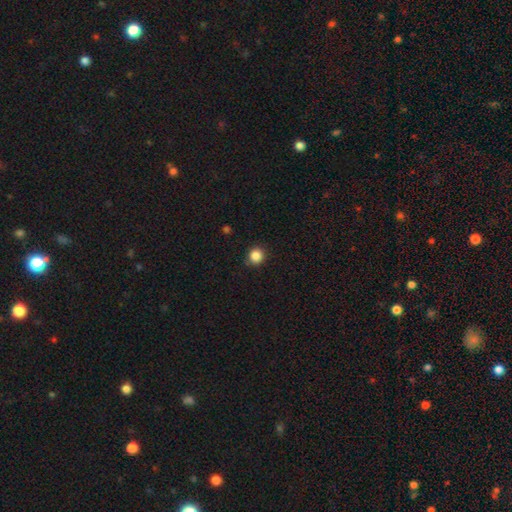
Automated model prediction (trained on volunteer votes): Smooth or featured?
  - smooth: 86% *
  - star or artifact: 11%
  - featured or disk: 3%
How rounded?
  - round: 90% *
  - in between: 9%
  - cigar-shaped: 1%
Merging?
  - none: 90% *
  - minor disturbance: 7%
  - major disturbance: 2%
  - merger: 1%